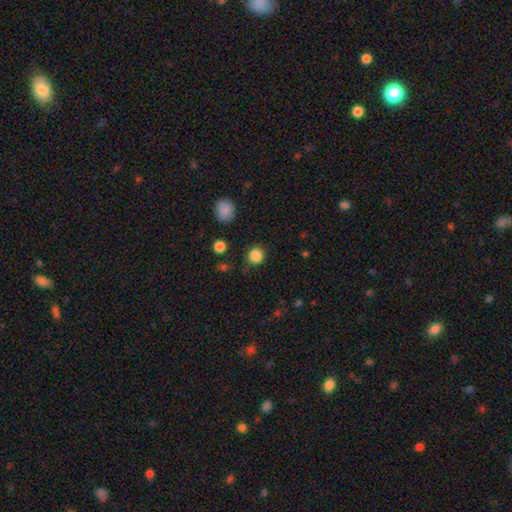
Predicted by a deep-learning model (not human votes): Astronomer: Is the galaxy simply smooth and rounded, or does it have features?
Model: smooth — 85%.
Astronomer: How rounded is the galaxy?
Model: round — 81%.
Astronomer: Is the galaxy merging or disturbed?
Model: none — 78%.